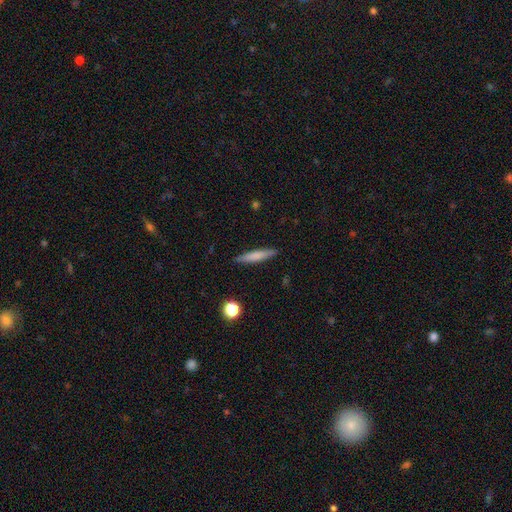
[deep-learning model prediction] The model was most divided on "smooth or featured": smooth: 69%, featured or disk: 25%, star or artifact: 7%. More confident: how rounded — cigar-shaped (90%); merging — none (88%).